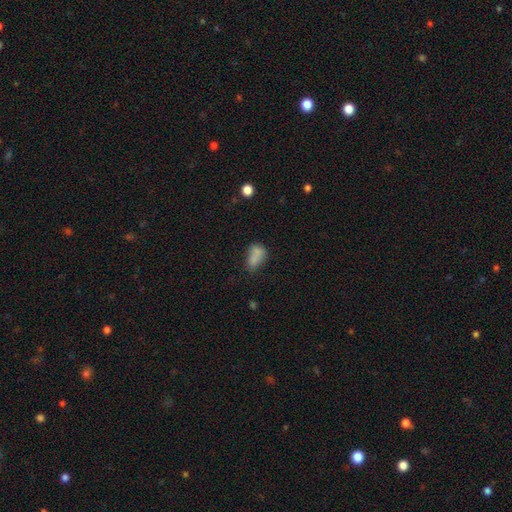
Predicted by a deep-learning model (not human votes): smooth 77%, featured or disk 12%, star or artifact 11%. Down the decision tree: how rounded — in between (83%); merging — none (38%).